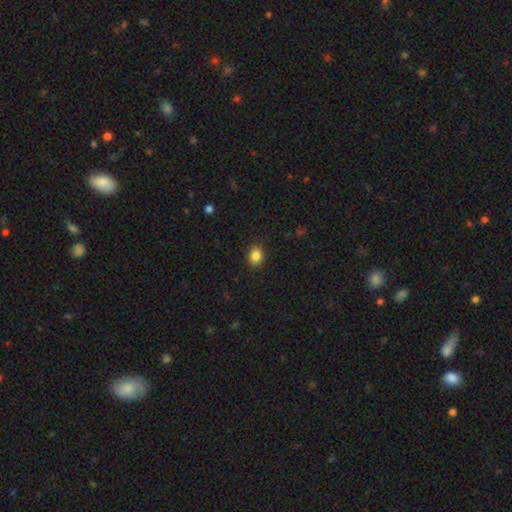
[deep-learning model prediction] A smooth galaxy with no disk features (86%) that is round (50%).

Vote fractions:
- Smooth or featured? smooth: 86% / star or artifact: 10% / featured or disk: 5%
- How rounded? round: 50% / in between: 49% / cigar-shaped: 1%
- Merging? none: 90% / minor disturbance: 7% / major disturbance: 2% / merger: 1%